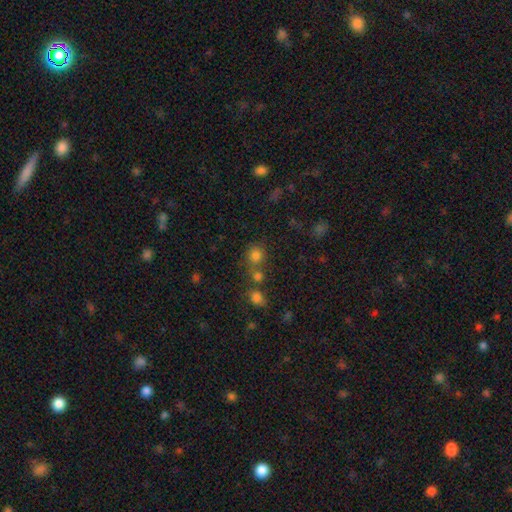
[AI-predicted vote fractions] Smooth or featured: smooth — 76% (star or artifact — 17%)
How rounded: round — 84% (in between — 15%)
Merging: none — 60% (merger — 27%)